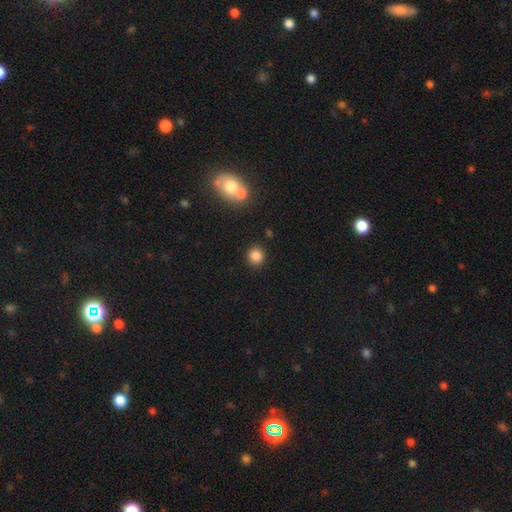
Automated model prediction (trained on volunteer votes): Smooth or featured?
  - smooth: 84% *
  - star or artifact: 12%
  - featured or disk: 4%
How rounded?
  - round: 91% *
  - in between: 8%
  - cigar-shaped: 1%
Merging?
  - none: 90% *
  - minor disturbance: 6%
  - merger: 3%
  - major disturbance: 2%